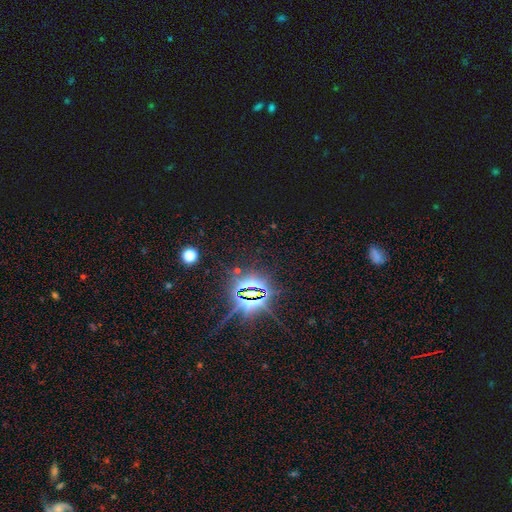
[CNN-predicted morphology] Q: Smooth or featured?
A: star or artifact (85%); runner-up: smooth (8%)